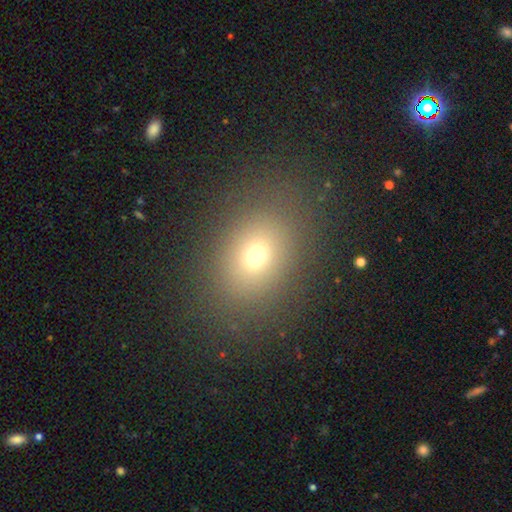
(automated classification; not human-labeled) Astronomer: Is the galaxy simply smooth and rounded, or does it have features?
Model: smooth — 69%.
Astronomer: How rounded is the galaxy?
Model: in between — 58% (runner-up: round, 41%).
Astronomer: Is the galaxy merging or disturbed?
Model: none — 85%.